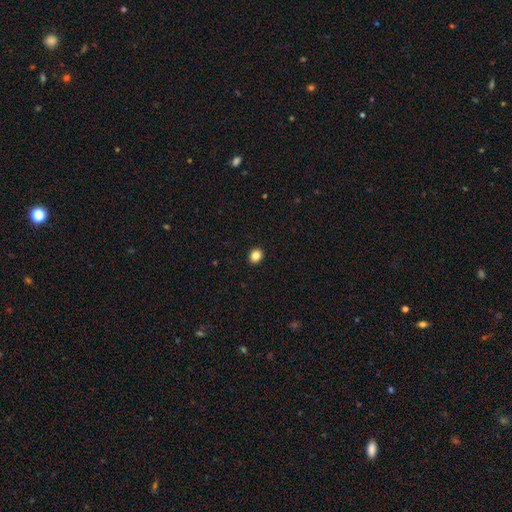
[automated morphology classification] Smooth or featured? Predicted: smooth (p=0.84). How rounded? Predicted: round (p=0.65). Merging? Predicted: none (p=0.92).